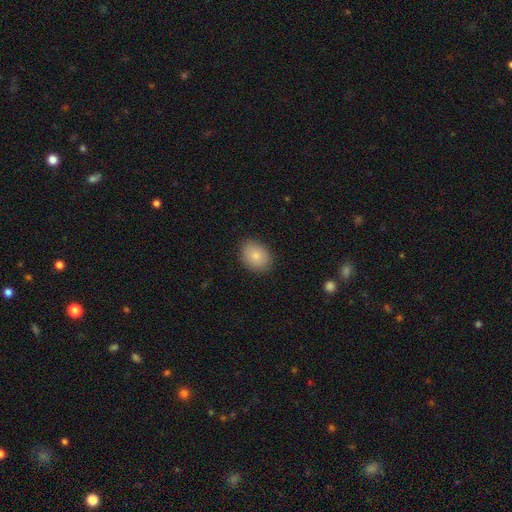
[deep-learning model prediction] Morphology: type=smooth (83%); roundness=in between (58%); merging=none (86%).